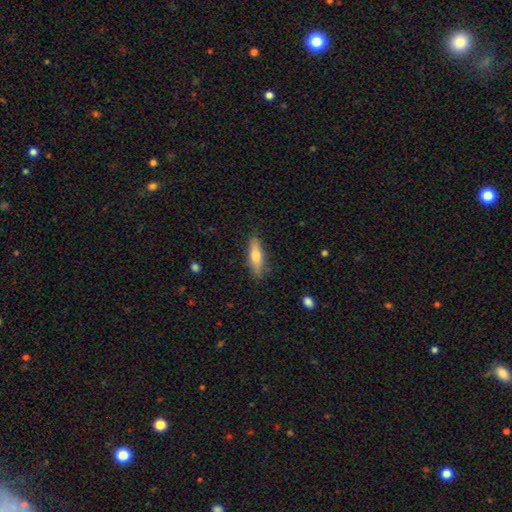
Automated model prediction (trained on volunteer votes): Overall: smooth (67%; featured or disk 27%). How rounded: cigar-shaped (60%; in between 37%). Merging: none (85%).